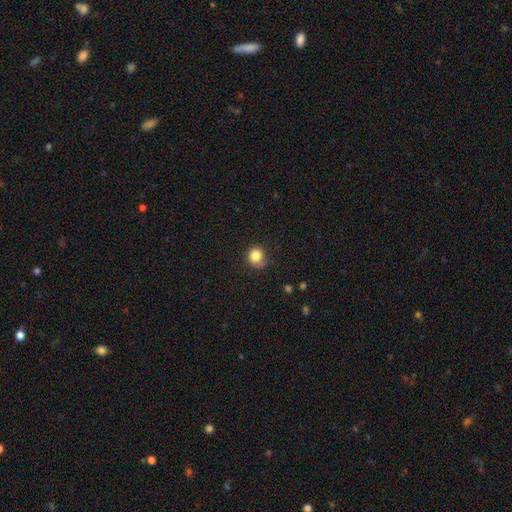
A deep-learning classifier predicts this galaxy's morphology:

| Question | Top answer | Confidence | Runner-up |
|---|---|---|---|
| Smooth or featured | smooth | 83% | star or artifact (10%) |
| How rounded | round | 83% | in between (17%) |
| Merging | none | 65% | minor disturbance (25%) |